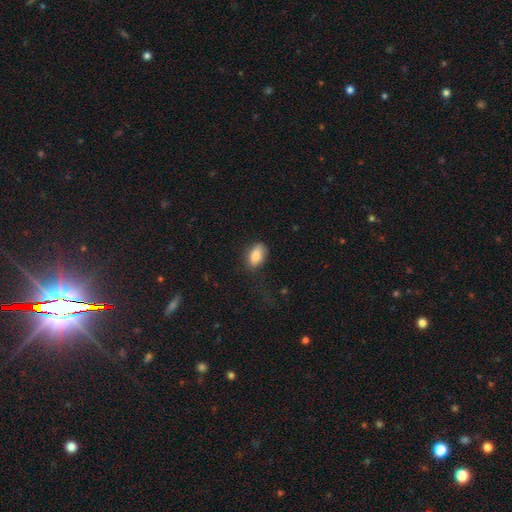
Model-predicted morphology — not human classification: smooth-or-featured: smooth: 84% | featured or disk: 8% | star or artifact: 8%
  how-rounded: in between: 90% | round: 7% | cigar-shaped: 4%
  merging: none: 69% | minor disturbance: 22% | major disturbance: 7% | merger: 2%